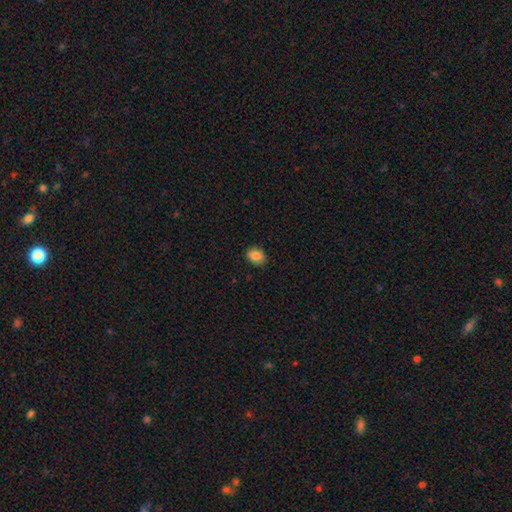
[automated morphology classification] This is clearly a smooth galaxy (86%). How rounded: likely in between (61%). Merging: clearly none (82%).